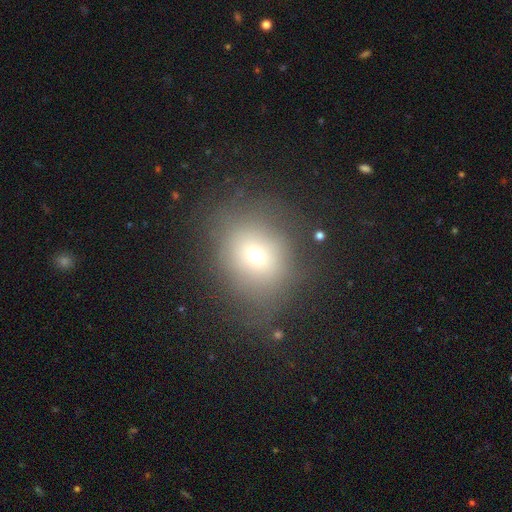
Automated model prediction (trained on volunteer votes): Overall: smooth (63%). How rounded: round (70%). Merging: none (73%).